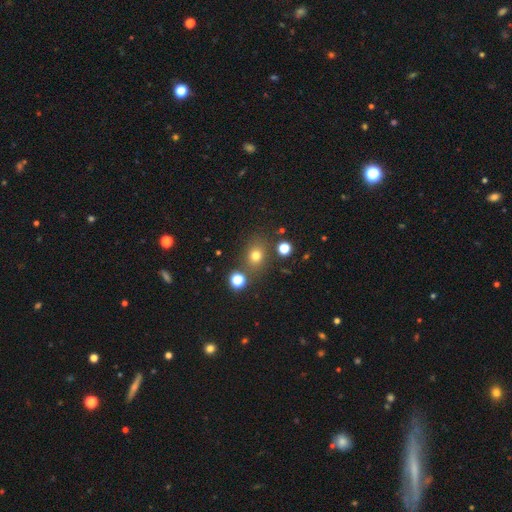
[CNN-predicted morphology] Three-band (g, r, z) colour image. It shows a smooth galaxy with no disk features (73%) that is round (61%). Merging: none (78%).